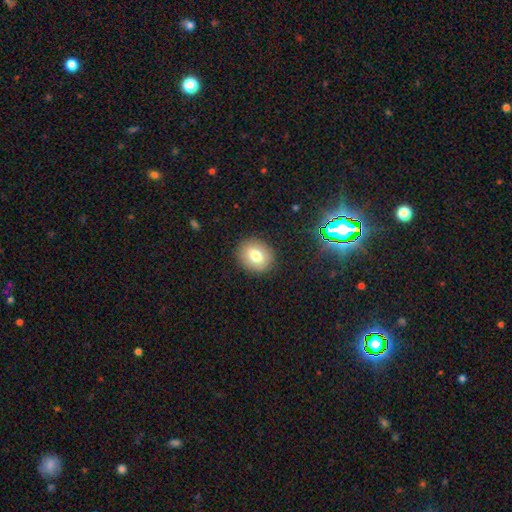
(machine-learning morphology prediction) This appears to be a smooth galaxy with no disk features (75%) that is round (61%). Merging: none (88%).